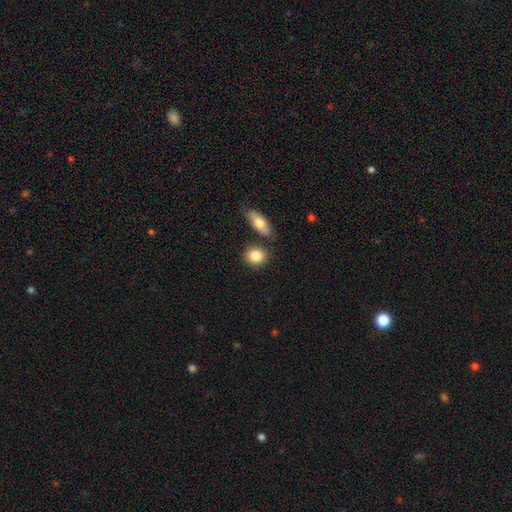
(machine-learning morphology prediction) A smooth galaxy with no disk features (83%) that is round (61%). Merging: none (74%).